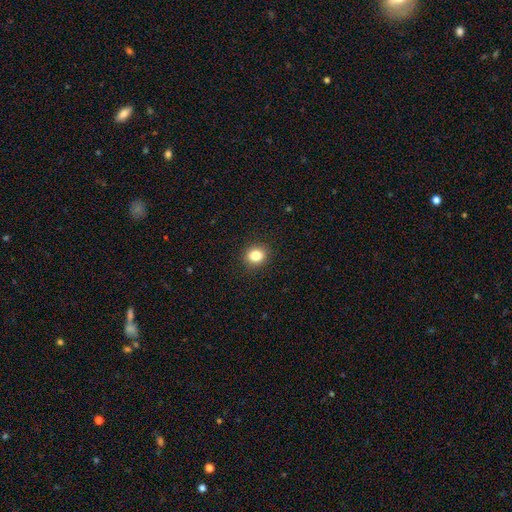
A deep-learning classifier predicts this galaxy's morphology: type=smooth (84%); roundness=round (72%); merging=none (91%).